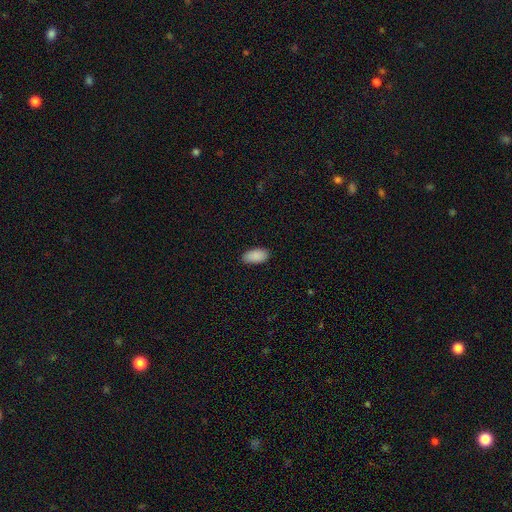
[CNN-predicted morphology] A smooth galaxy with no disk features (90%) that is in between round and cigar-shaped (95%). Merging: none (87%).